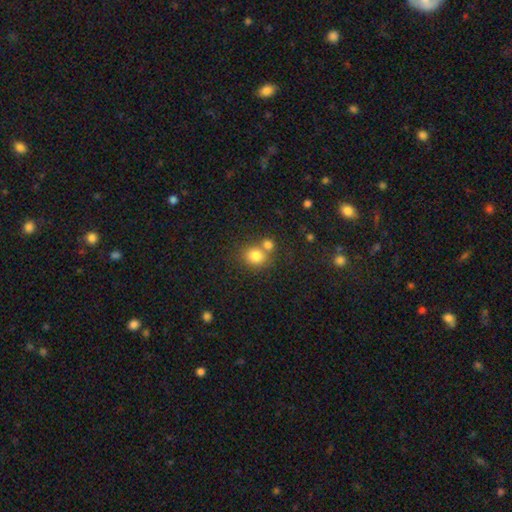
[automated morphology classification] Overall: smooth (80%). How rounded: round (73%). Merging: none (53%; merger 35%).